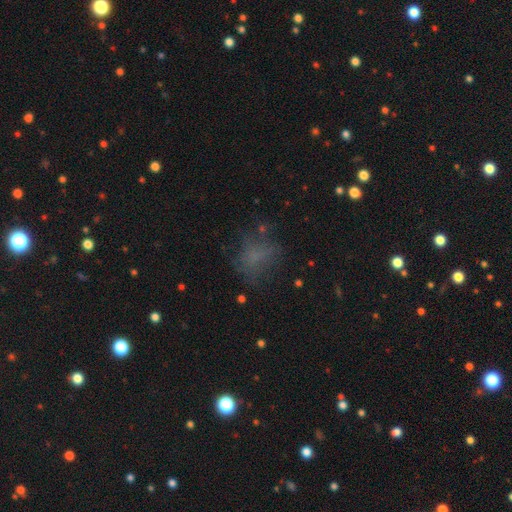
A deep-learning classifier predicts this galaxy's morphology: This is possibly a smooth galaxy (56%). How rounded: possibly round (50%). Merging: possibly none (55%).